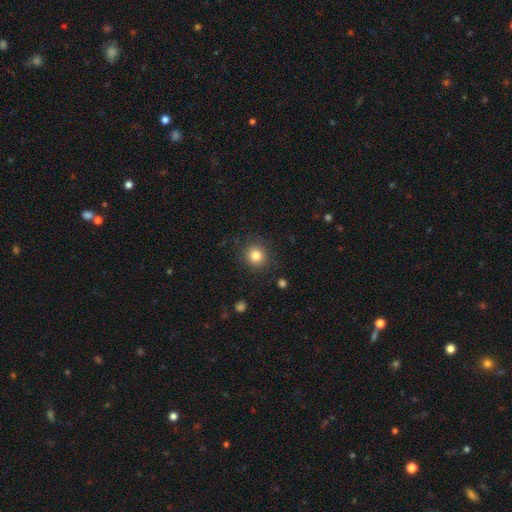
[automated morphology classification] smooth_or_featured: smooth (p=0.82) [alt: star or artifact p=0.12]
how_rounded: round (p=0.89) [alt: in between p=0.10]
merging: none (p=0.88) [alt: minor disturbance p=0.08]